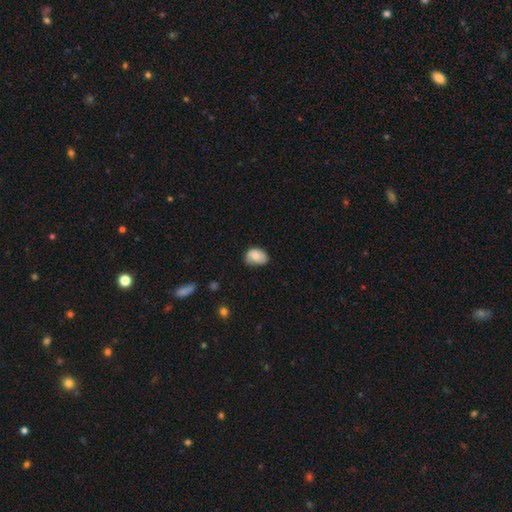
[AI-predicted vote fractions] A smooth galaxy with no disk features (80%) that is in between round and cigar-shaped (77%). Merging: none (55%).